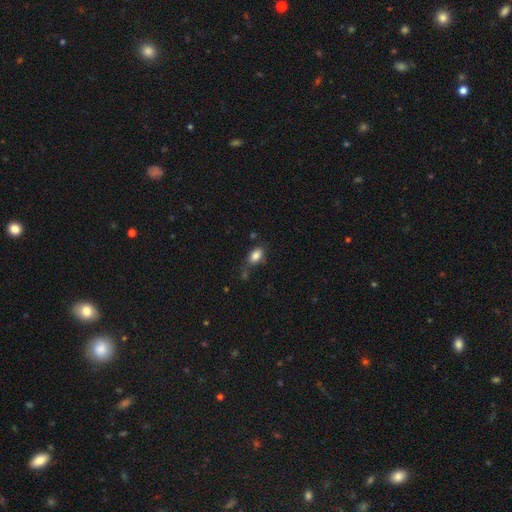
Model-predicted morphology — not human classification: This appears to be a smooth galaxy with no disk features (84%) that is in between round and cigar-shaped (87%). Merging: none (64%).